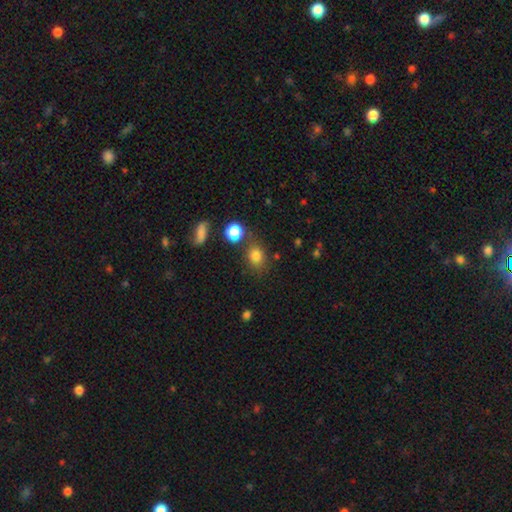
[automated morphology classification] Smooth or featured?
  - smooth: 80% *
  - star or artifact: 13%
  - featured or disk: 7%
How rounded?
  - round: 50% *
  - in between: 48%
  - cigar-shaped: 1%
Merging?
  - none: 73% *
  - minor disturbance: 14%
  - merger: 8%
  - major disturbance: 5%